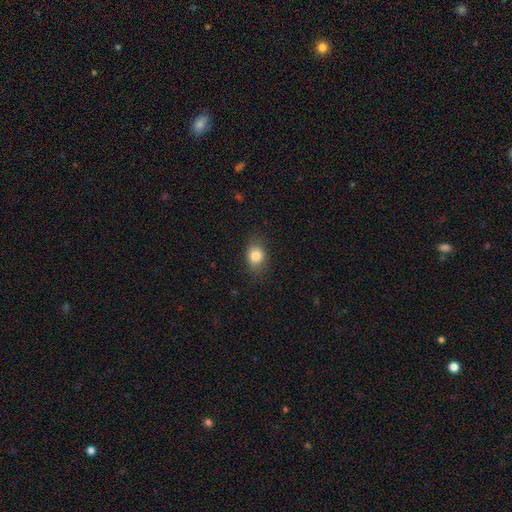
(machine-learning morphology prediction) Smooth or featured? smooth (81%)
How rounded? in between (53%)
Merging? none (76%)